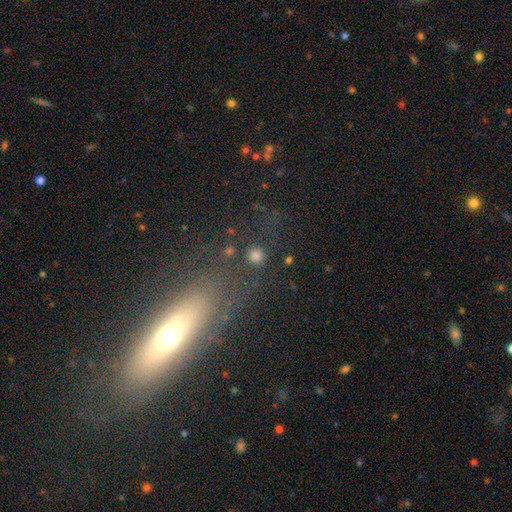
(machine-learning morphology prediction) Q: Smooth or featured?
A: smooth (61%); runner-up: star or artifact (25%)
Q: How rounded?
A: round (76%); runner-up: in between (20%)
Q: Merging?
A: none (72%); runner-up: minor disturbance (11%)